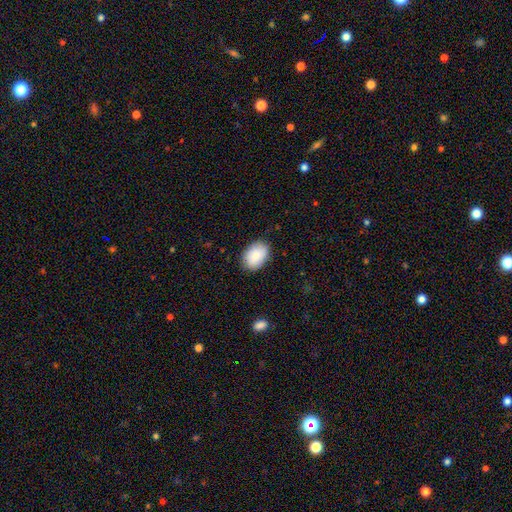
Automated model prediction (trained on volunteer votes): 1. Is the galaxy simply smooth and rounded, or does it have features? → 86% smooth, 7% featured or disk, 6% star or artifact.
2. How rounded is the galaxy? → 82% in between, 17% round, 1% cigar-shaped.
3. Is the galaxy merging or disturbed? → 84% none, 13% minor disturbance, 2% major disturbance, 1% merger.